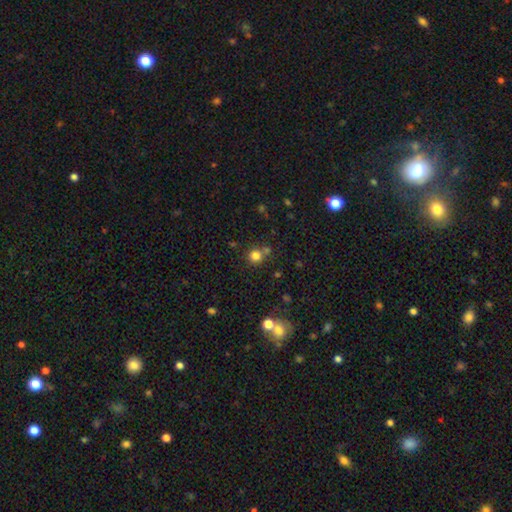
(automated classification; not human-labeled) Morphology: type=smooth (79%); roundness=round (91%); merging=none (69%).